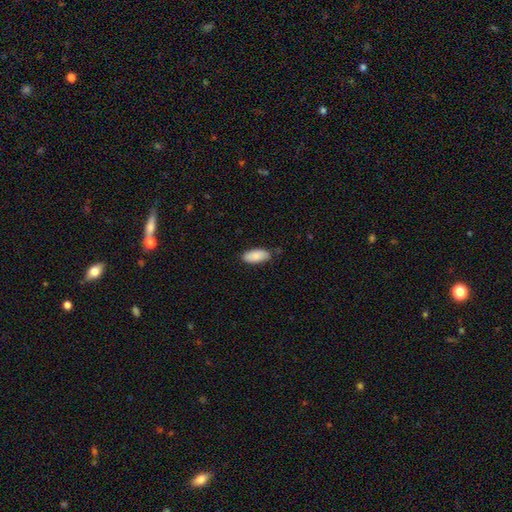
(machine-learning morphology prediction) The model was most divided on "merging": none: 81%, minor disturbance: 15%, major disturbance: 2%, merger: 2%. More confident: how rounded — in between (90%); smooth or featured — smooth (86%).